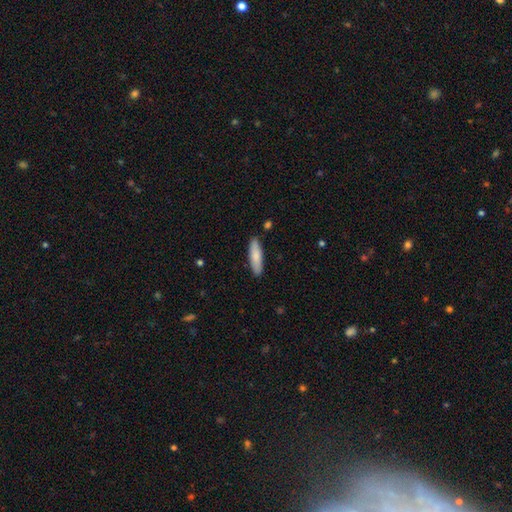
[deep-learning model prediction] This appears to be a smooth galaxy with no disk features (82%) that is cigar-shaped (65%). Merging: none (88%).